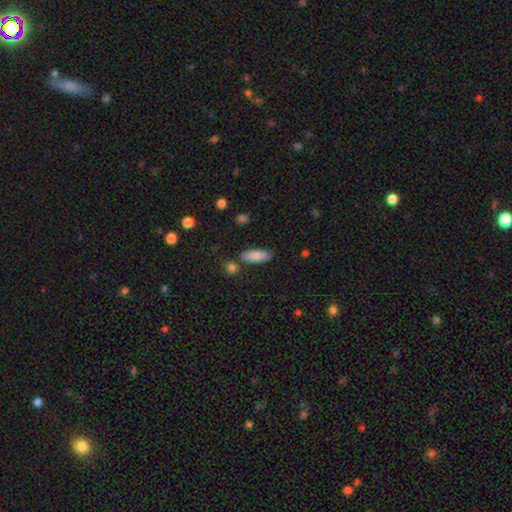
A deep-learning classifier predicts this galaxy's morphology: Smooth or featured: smooth — 86% (featured or disk — 8%)
How rounded: in between — 73% (cigar-shaped — 25%)
Merging: none — 79% (minor disturbance — 12%)